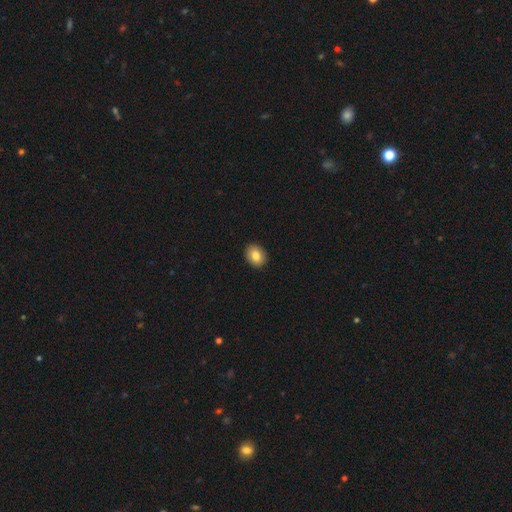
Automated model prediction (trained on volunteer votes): smooth_or_featured: smooth (p=0.84) [alt: star or artifact p=0.08]
how_rounded: in between (p=0.52) [alt: round p=0.47]
merging: none (p=0.92) [alt: minor disturbance p=0.06]